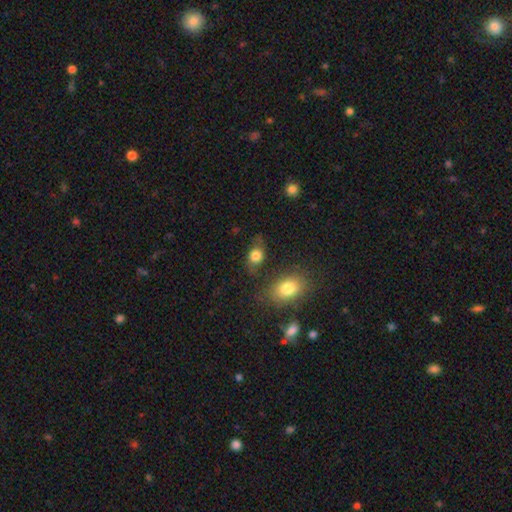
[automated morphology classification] A smooth galaxy with no disk features (71%) that is in between round and cigar-shaped (63%).

Vote fractions:
- Smooth or featured? smooth: 71% / featured or disk: 19% / star or artifact: 10%
- How rounded? in between: 63% / round: 35% / cigar-shaped: 2%
- Merging? none: 66% / minor disturbance: 20% / major disturbance: 8% / merger: 6%